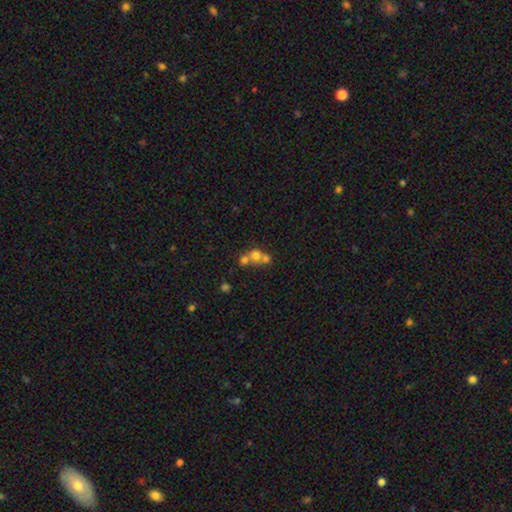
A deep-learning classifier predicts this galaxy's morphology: This is likely a smooth galaxy (63%). How rounded: likely round (80%). Merging: likely merger (64%).